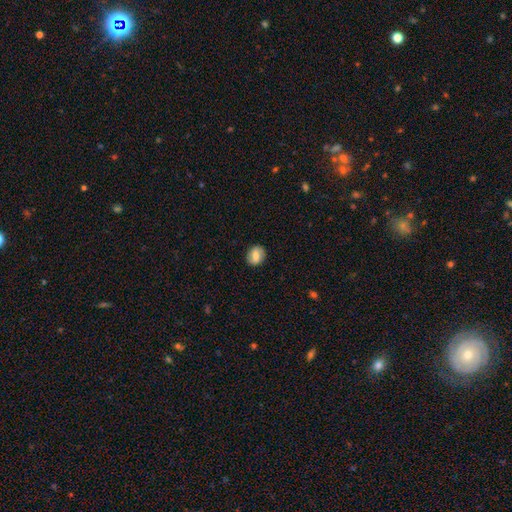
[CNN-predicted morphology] smooth 65%, featured or disk 27%, star or artifact 8%. Down the decision tree: how rounded — round (52%); merging — none (87%).